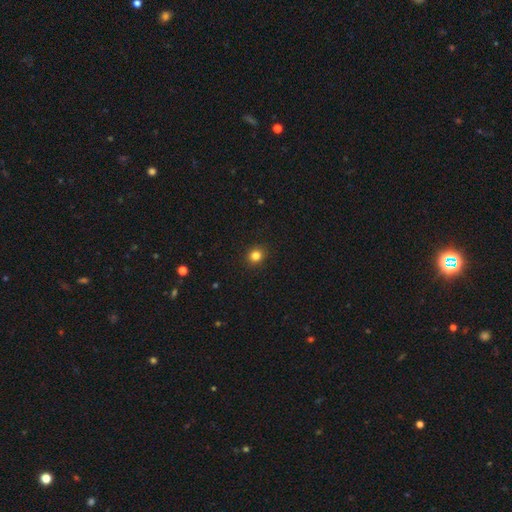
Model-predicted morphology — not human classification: This appears to be a smooth galaxy with no disk features (82%) that is round (85%). Merging: none (92%).